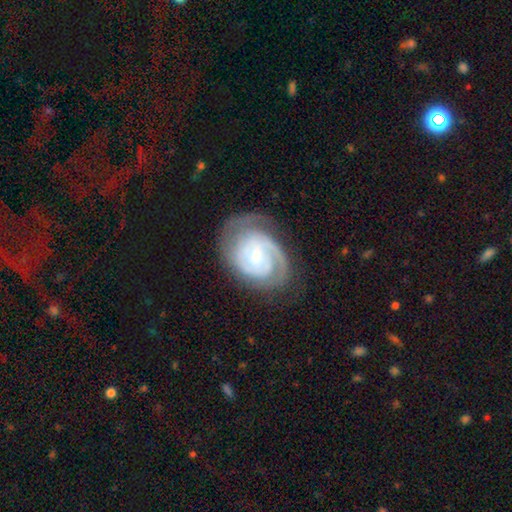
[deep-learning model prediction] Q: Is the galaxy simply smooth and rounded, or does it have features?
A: featured or disk — 88%.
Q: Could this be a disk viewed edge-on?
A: no — 98%.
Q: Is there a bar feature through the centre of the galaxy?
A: no — 51%.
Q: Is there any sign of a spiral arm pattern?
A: yes — 97%.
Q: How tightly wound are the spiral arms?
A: tight — 65%.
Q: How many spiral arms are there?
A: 2 — 53%.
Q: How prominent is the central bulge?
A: small — 68%.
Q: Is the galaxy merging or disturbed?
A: none — 68%.